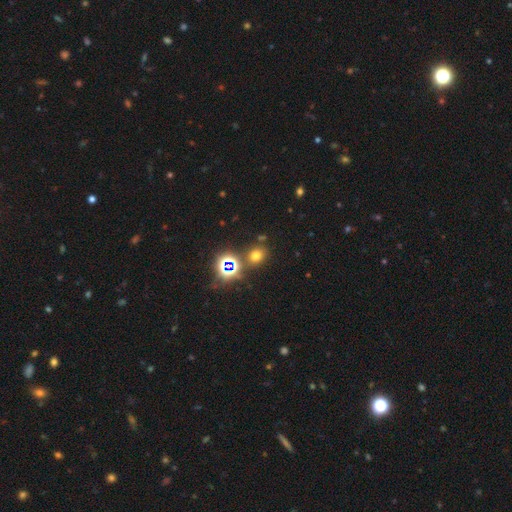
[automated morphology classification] Q: Smooth or featured?
A: smooth (61%); runner-up: star or artifact (31%)
Q: How rounded?
A: round (66%); runner-up: in between (33%)
Q: Merging?
A: none (78%); runner-up: minor disturbance (10%)